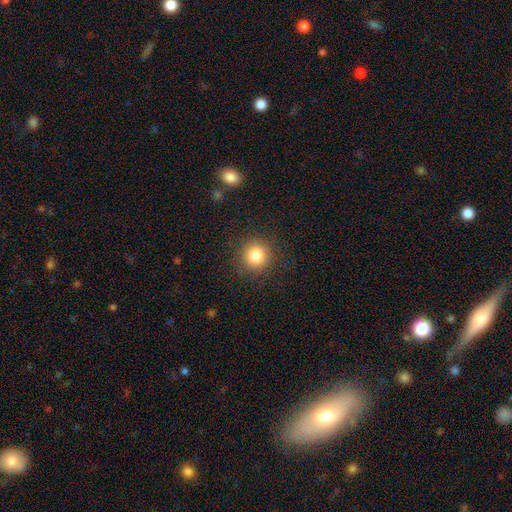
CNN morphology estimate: smooth 83%, star or artifact 11%, featured or disk 6%. Down the decision tree: how rounded — round (94%); merging — none (90%).